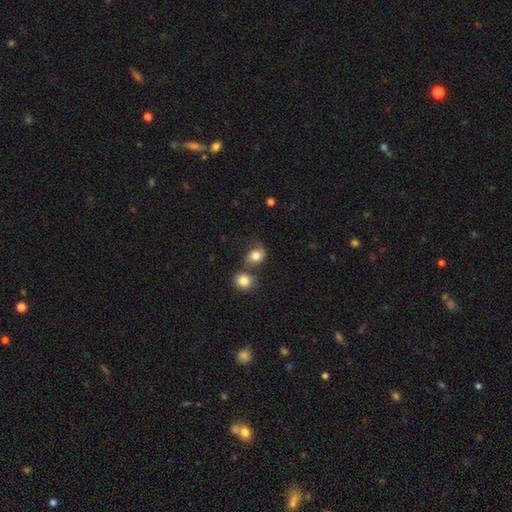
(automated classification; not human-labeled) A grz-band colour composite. It shows a smooth galaxy with no disk features (75%) that is round (51%). Merging: none (44%).